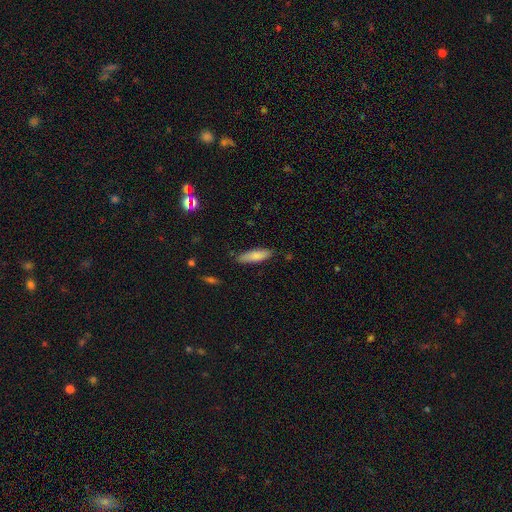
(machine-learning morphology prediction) This appears to be a smooth galaxy with no disk features (83%) that is cigar-shaped (57%). Merging: none (84%).